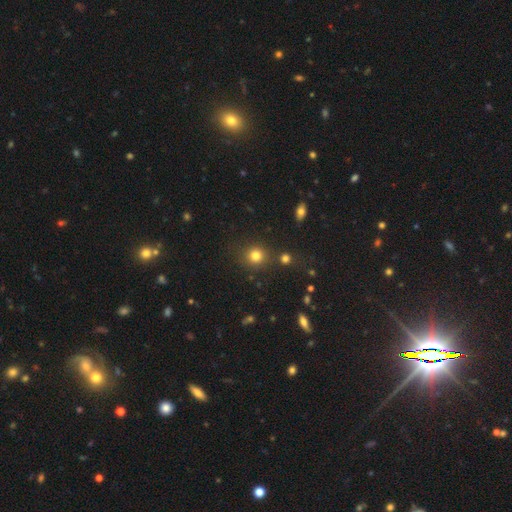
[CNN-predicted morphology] Smooth or featured: smooth — 80% (star or artifact — 14%)
How rounded: round — 87% (in between — 12%)
Merging: none — 82% (minor disturbance — 8%)